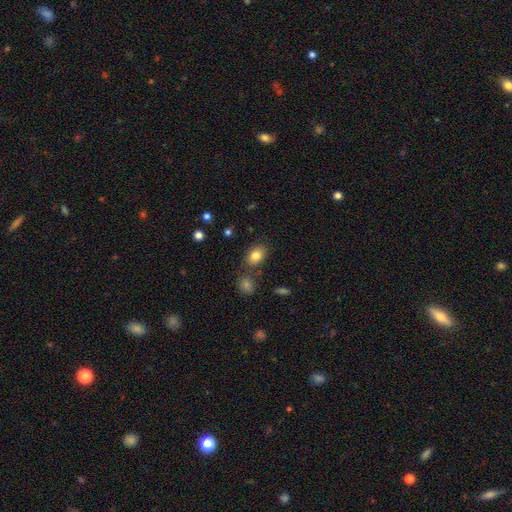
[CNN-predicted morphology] smooth-or-featured: smooth: 82% | star or artifact: 9% | featured or disk: 9%
  how-rounded: in between: 79% | round: 20% | cigar-shaped: 1%
  merging: none: 75% | minor disturbance: 12% | merger: 9% | major disturbance: 3%